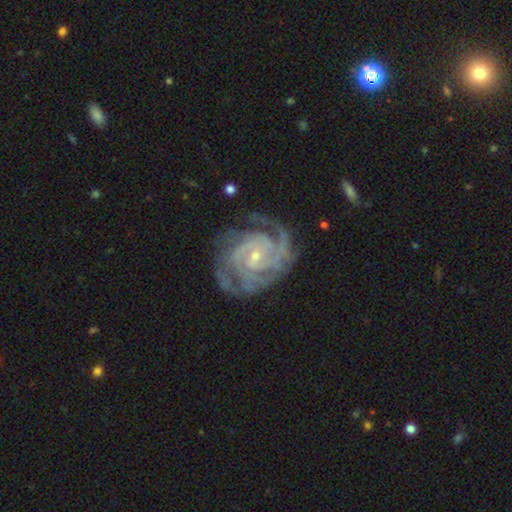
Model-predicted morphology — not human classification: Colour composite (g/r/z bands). It shows a featured or disk galaxy (91%) with no bar (59%), 3 (28%) tight (68%) spiral arms (98%) and a small central bulge (76%). Merging: none (70%).